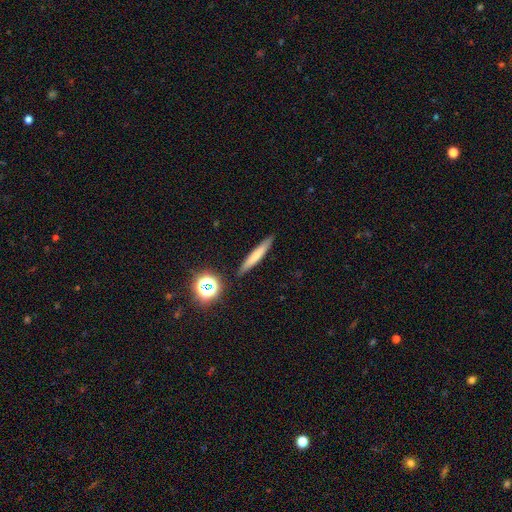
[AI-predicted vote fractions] The model was most divided on "smooth or featured": smooth: 64%, featured or disk: 26%, star or artifact: 10%. More confident: how rounded — cigar-shaped (93%); merging — none (88%).